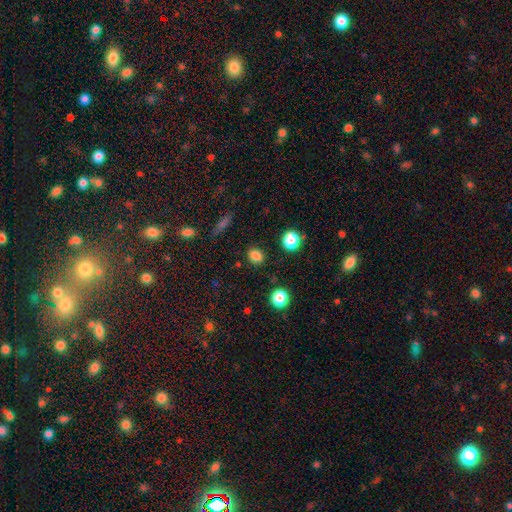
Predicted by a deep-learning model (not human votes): Smooth or featured? smooth (83%)
How rounded? round (65%)
Merging? none (88%)